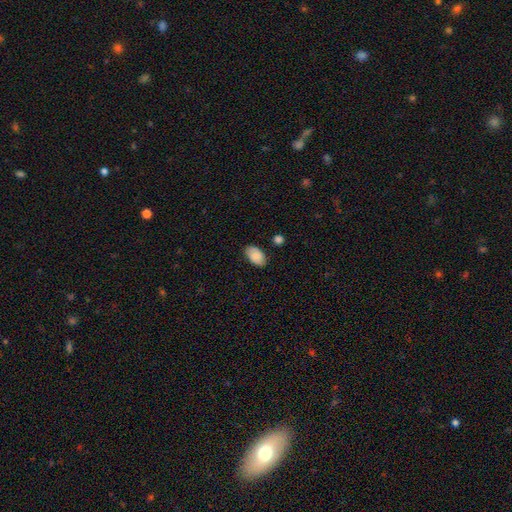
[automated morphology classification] This appears to be a smooth galaxy with no disk features (86%) that is in between round and cigar-shaped (93%). Merging: none (80%).